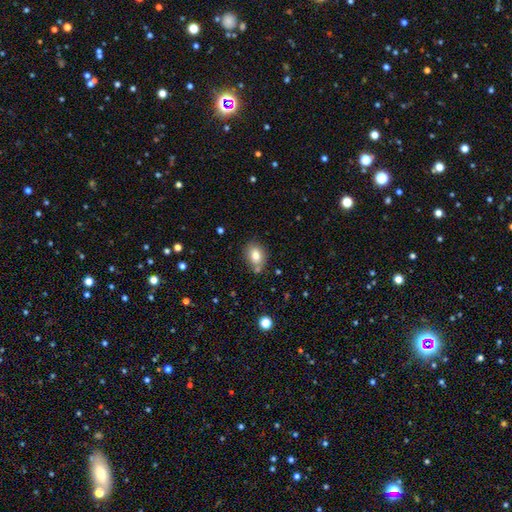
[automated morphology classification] smooth-or-featured: smooth: 80% | featured or disk: 10% | star or artifact: 10%
  how-rounded: in between: 68% | round: 31% | cigar-shaped: 1%
  merging: none: 70% | minor disturbance: 16% | merger: 11% | major disturbance: 4%